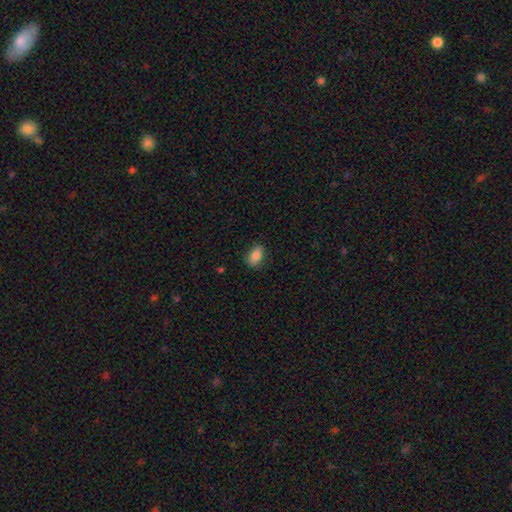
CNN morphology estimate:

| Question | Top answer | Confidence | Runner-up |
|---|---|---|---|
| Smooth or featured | smooth | 85% | star or artifact (8%) |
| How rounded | in between | 88% | round (9%) |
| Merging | none | 83% | minor disturbance (13%) |